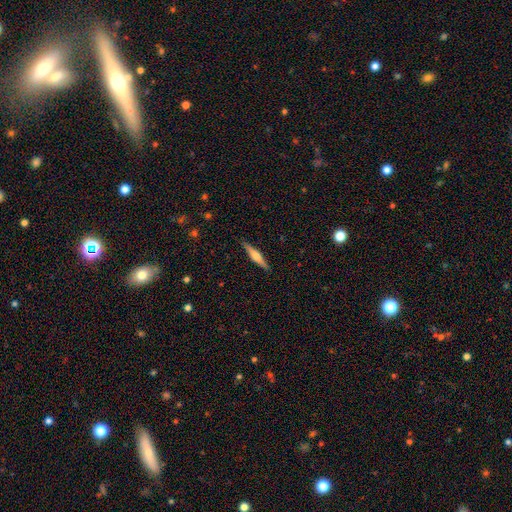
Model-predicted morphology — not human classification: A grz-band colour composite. It shows a featured or disk galaxy (63%) viewed edge-on (97%) with a rounded central bulge (81%). Merging: none (90%).